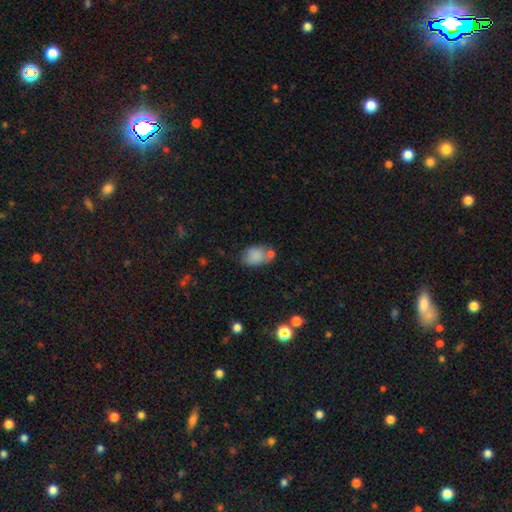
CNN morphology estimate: This appears to be a smooth galaxy with no disk features (80%) that is in between round and cigar-shaped (78%). Merging: none (44%).